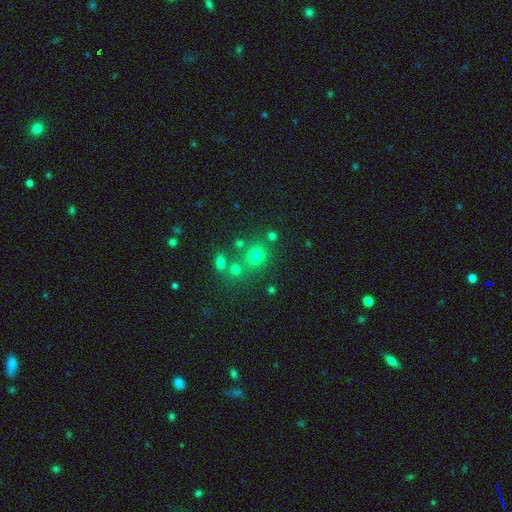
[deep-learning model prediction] Smooth or featured? smooth (69%)
How rounded? round (80%)
Merging? none (63%)